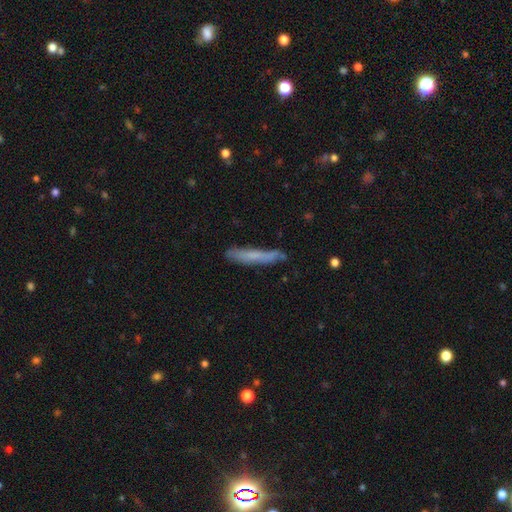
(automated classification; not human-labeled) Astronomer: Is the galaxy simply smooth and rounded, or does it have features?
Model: smooth — 61%.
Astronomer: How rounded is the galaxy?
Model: cigar-shaped — 94%.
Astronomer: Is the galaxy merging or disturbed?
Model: none — 77%.